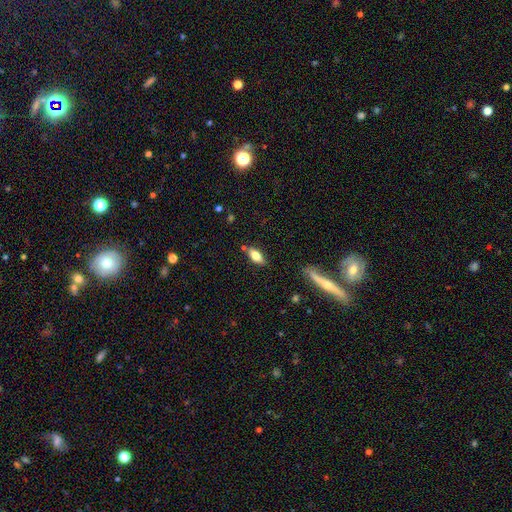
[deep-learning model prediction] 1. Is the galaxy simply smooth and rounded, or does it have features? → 69% smooth, 23% featured or disk, 8% star or artifact.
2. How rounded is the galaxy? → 77% in between, 19% cigar-shaped, 3% round.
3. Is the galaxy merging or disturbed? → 77% none, 14% minor disturbance, 5% merger, 4% major disturbance.